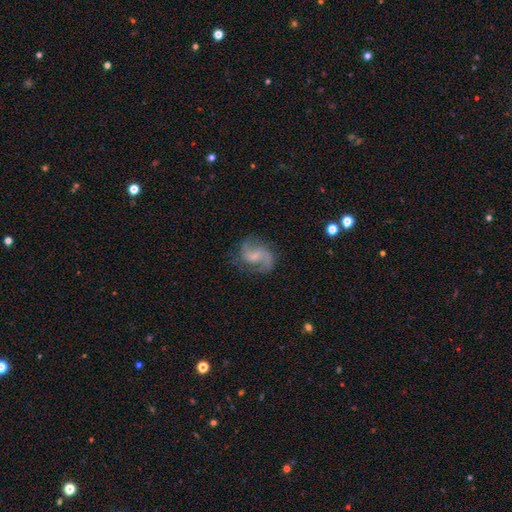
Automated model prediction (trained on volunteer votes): Smooth or featured? Predicted: featured or disk (p=0.80). Edge-on disk? Predicted: no (p=0.98). Bar? Predicted: weak (p=0.49). Spiral arms? Predicted: yes (p=0.95). Spiral winding? Predicted: medium (p=0.48). Spiral arm count? Predicted: 2 (p=0.84). Bulge size? Predicted: small (p=0.48). Merging? Predicted: none (p=0.69).